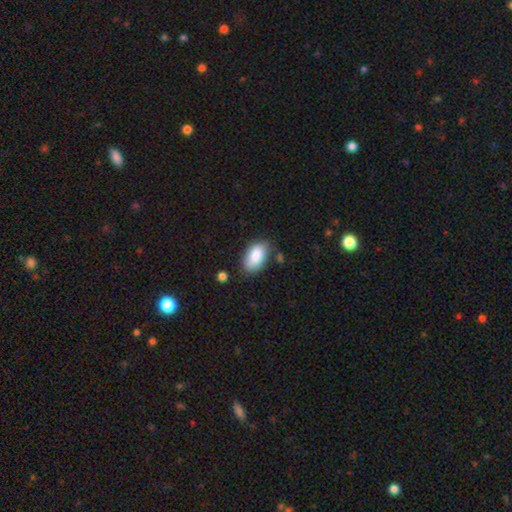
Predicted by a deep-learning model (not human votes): Smooth or featured? Predicted: smooth (p=0.85). How rounded? Predicted: in between (p=0.94). Merging? Predicted: none (p=0.77).